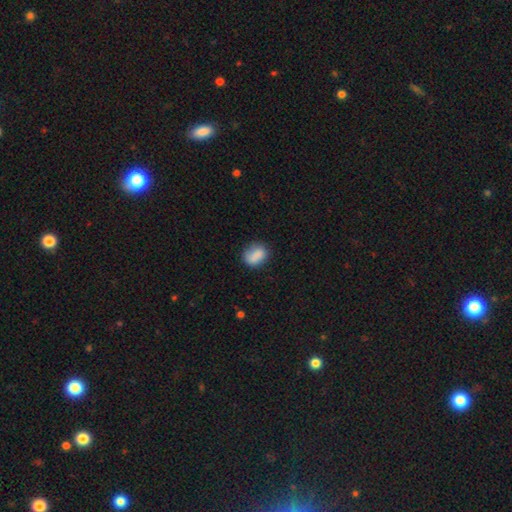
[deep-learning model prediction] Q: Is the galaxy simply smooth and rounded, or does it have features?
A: smooth — 84%.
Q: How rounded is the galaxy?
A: in between — 66%.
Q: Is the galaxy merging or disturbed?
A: none — 72%.